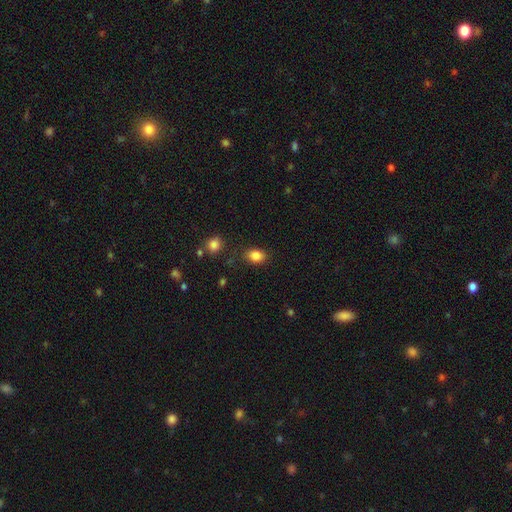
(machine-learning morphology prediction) Smooth or featured?
  - smooth: 86% *
  - star or artifact: 10%
  - featured or disk: 5%
How rounded?
  - in between: 72% *
  - round: 27%
  - cigar-shaped: 1%
Merging?
  - none: 81% *
  - minor disturbance: 13%
  - major disturbance: 4%
  - merger: 3%